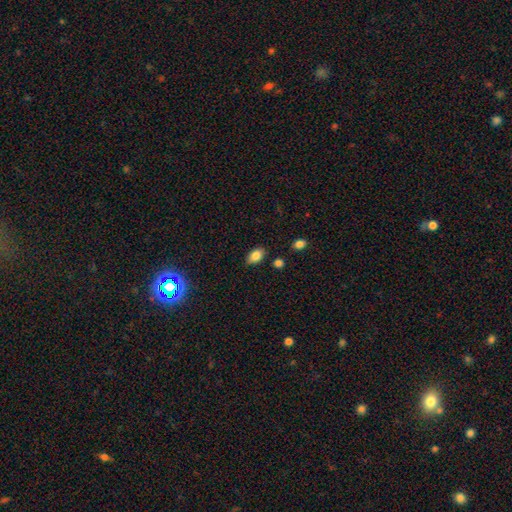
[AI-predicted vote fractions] This is clearly a smooth galaxy (82%). How rounded: clearly in between (88%). Merging: likely none (80%).